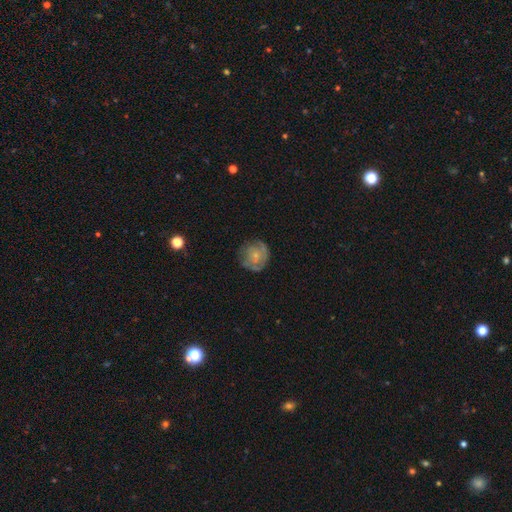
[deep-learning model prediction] Overall: featured or disk (53%; smooth 40%). Edge-on disk: no (98%). Bar: no (84%). Spiral arms: yes (64%; no 36%). Bulge size: small (70%). Merging: none (68%).